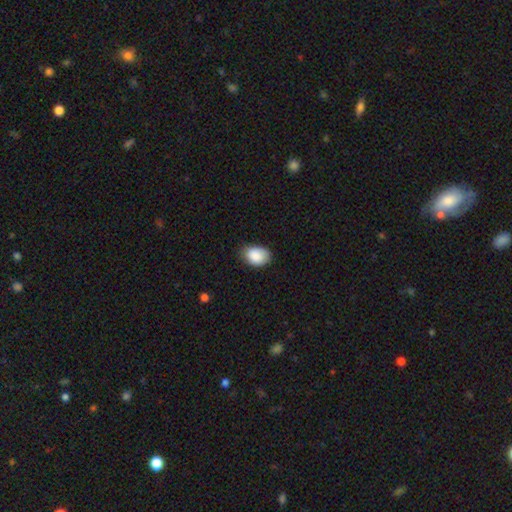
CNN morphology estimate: smooth 88%, star or artifact 7%, featured or disk 5%. Down the decision tree: how rounded — in between (81%); merging — none (72%).